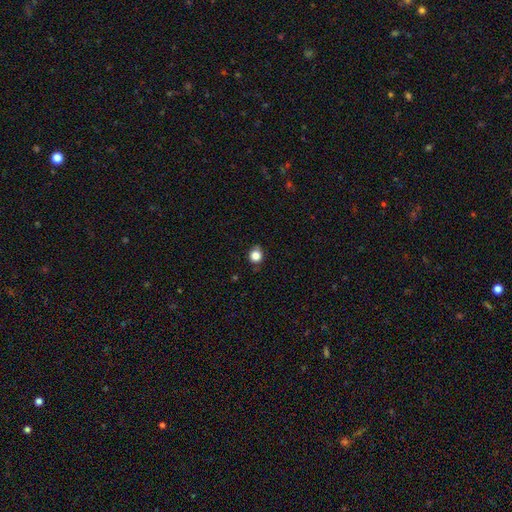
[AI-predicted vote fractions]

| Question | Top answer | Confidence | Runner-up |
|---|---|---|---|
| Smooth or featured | smooth | 83% | star or artifact (12%) |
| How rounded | round | 81% | in between (18%) |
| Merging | none | 81% | minor disturbance (15%) |